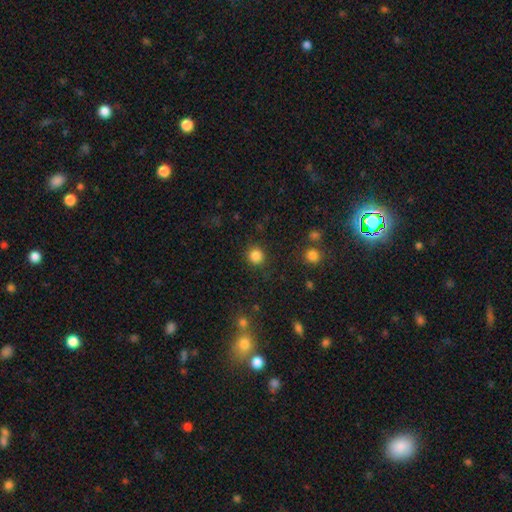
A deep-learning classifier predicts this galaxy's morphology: Overall: smooth (85%). How rounded: round (92%). Merging: none (88%).